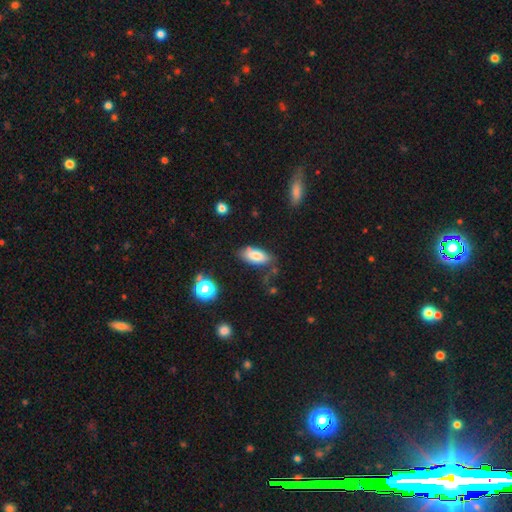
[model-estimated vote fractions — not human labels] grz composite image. It shows a smooth galaxy with no disk features (79%) that is in between round and cigar-shaped (88%). Merging: none (62%).